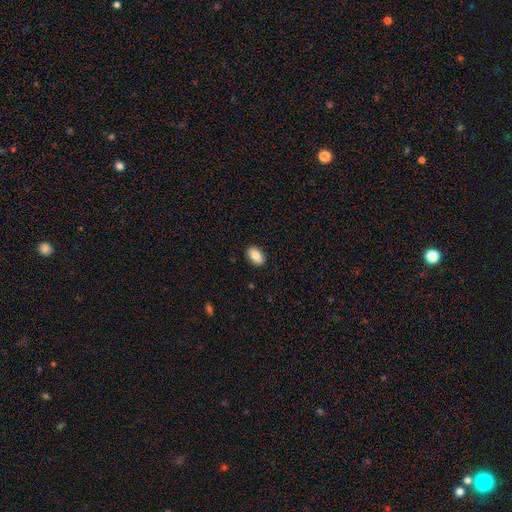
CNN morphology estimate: smooth 86%, star or artifact 7%, featured or disk 7%. Down the decision tree: how rounded — in between (91%); merging — none (89%).